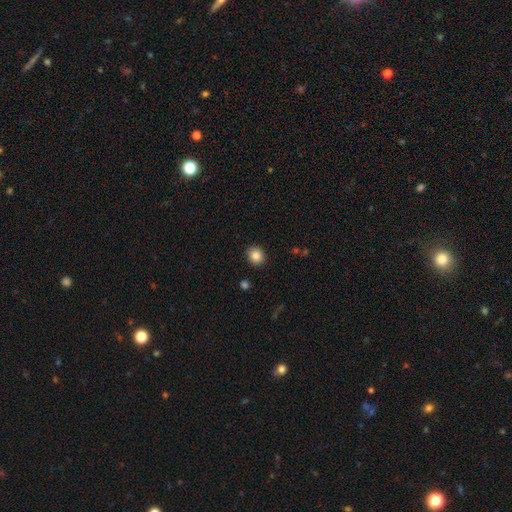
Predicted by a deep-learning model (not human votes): Smooth or featured: smooth — 85% (star or artifact — 10%)
How rounded: round — 77% (in between — 22%)
Merging: none — 91% (minor disturbance — 6%)